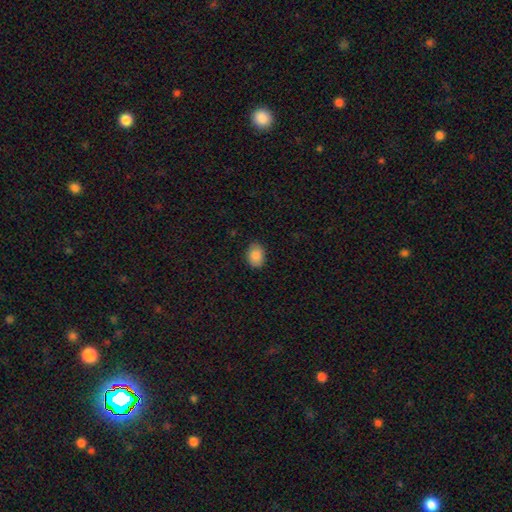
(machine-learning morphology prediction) Q: Smooth or featured?
A: smooth (88%); runner-up: star or artifact (8%)
Q: How rounded?
A: in between (70%); runner-up: round (29%)
Q: Merging?
A: none (84%); runner-up: minor disturbance (12%)